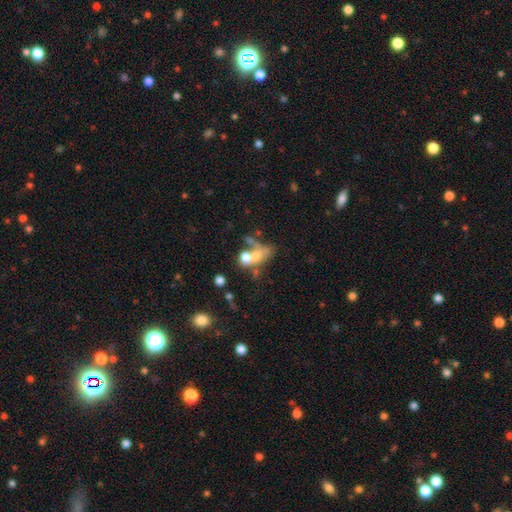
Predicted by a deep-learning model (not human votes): This is possibly a smooth galaxy (58%). How rounded: likely in between (63%). Merging: possibly merger (48%).